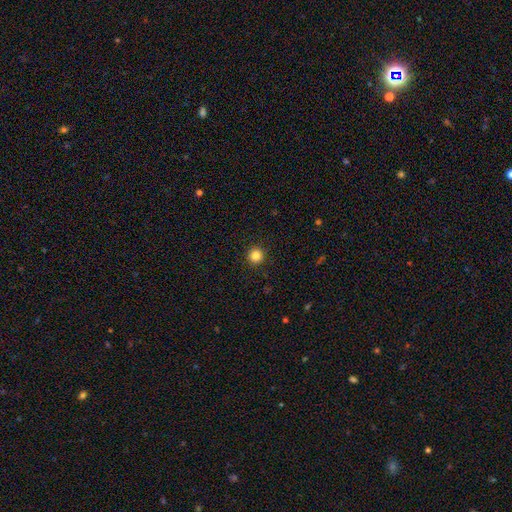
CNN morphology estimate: This is clearly a smooth galaxy (84%). How rounded: clearly round (96%). Merging: clearly none (93%).